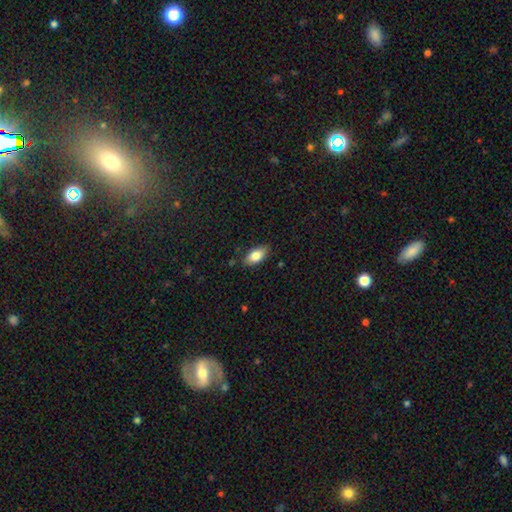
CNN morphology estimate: Smooth or featured? smooth (81%)
How rounded? in between (89%)
Merging? none (84%)